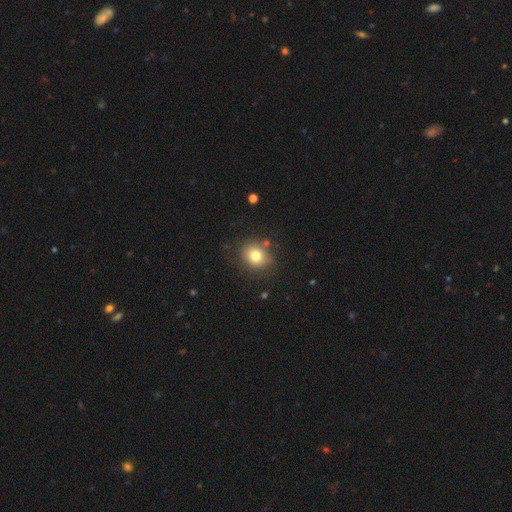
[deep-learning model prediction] A smooth galaxy with no disk features (78%) that is round (72%). Merging: none (82%).